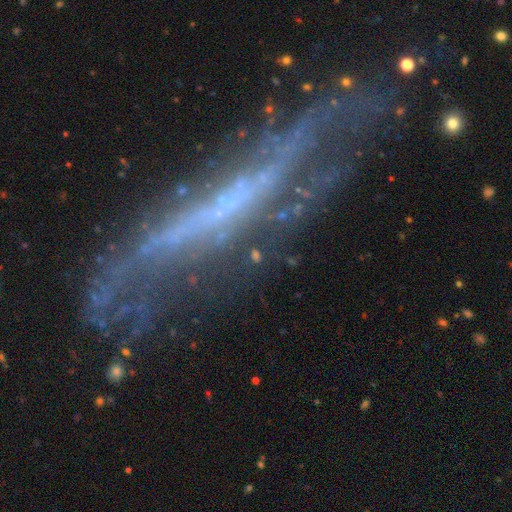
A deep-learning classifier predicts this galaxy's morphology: The model was most divided on "smooth or featured": featured or disk: 39%, star or artifact: 36%, smooth: 25%. More confident: merging — none (72%).